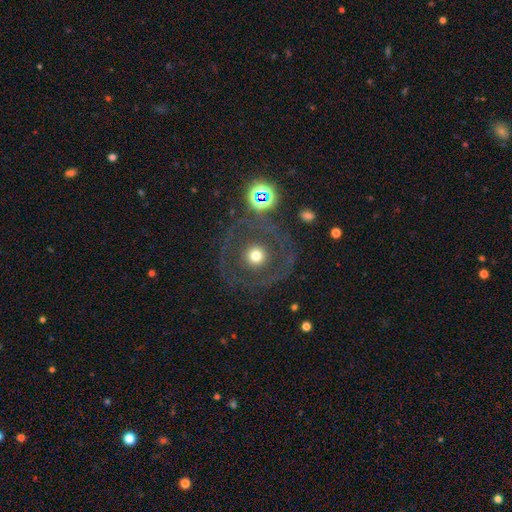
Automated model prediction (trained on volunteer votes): smooth_or_featured: featured or disk (p=0.45) [alt: smooth p=0.43]
merging: none (p=0.73) [alt: major disturbance p=0.13]